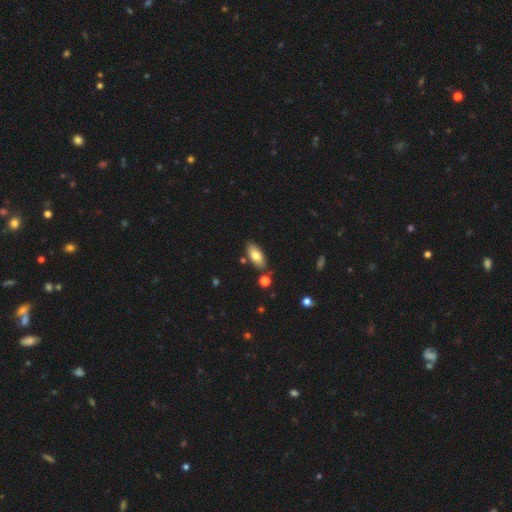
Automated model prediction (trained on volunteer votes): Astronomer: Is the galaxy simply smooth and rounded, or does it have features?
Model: smooth — 75%.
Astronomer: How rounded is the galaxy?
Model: in between — 88%.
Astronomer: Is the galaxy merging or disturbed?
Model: none — 79%.